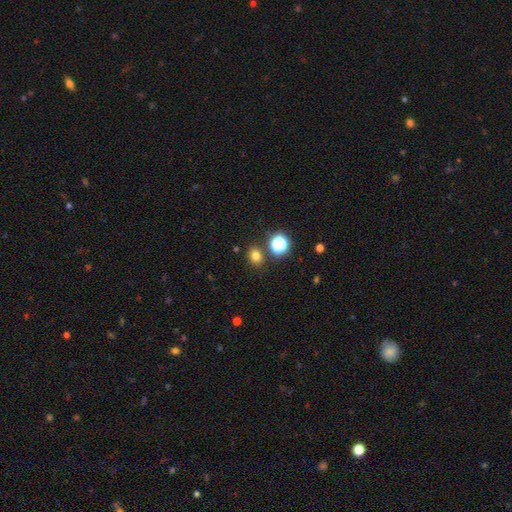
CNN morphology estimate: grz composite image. It shows a smooth galaxy with no disk features (75%) that is round (63%). Merging: none (83%).